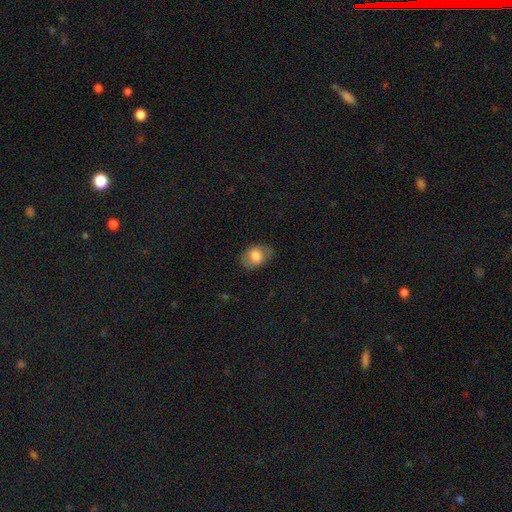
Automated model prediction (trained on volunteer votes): This appears to be a smooth galaxy with no disk features (71%) that is in between round and cigar-shaped (79%). Merging: none (73%).